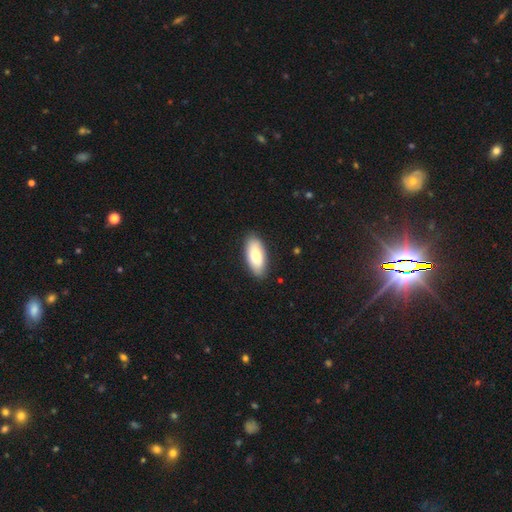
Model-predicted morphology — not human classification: A smooth galaxy with no disk features (78%) that is in between round and cigar-shaped (88%).

Vote fractions:
- Smooth or featured? smooth: 78% / featured or disk: 16% / star or artifact: 6%
- How rounded? in between: 88% / cigar-shaped: 10% / round: 2%
- Merging? none: 86% / minor disturbance: 10% / major disturbance: 2% / merger: 1%